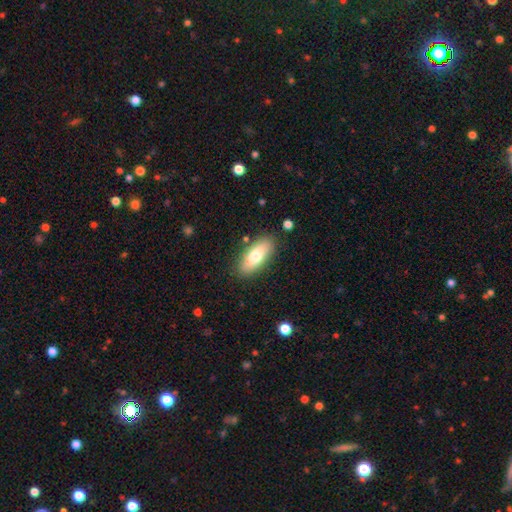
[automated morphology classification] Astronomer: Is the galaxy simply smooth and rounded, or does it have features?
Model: smooth — 72%.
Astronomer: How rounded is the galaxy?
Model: in between — 79%.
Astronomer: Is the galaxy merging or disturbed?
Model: none — 84%.